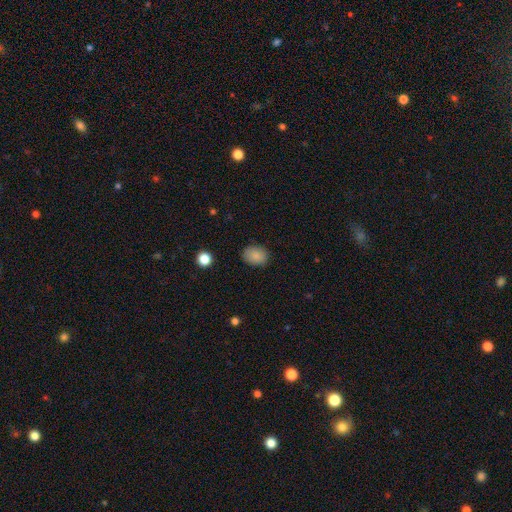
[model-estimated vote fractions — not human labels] Q: Smooth or featured?
A: smooth (87%); runner-up: star or artifact (9%)
Q: How rounded?
A: in between (62%); runner-up: round (37%)
Q: Merging?
A: none (85%); runner-up: minor disturbance (11%)